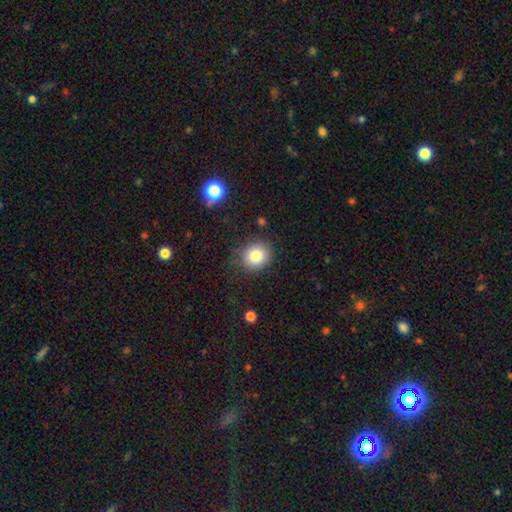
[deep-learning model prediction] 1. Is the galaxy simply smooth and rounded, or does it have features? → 82% smooth, 10% star or artifact, 8% featured or disk.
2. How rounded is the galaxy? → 78% round, 21% in between, 1% cigar-shaped.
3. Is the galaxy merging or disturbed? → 79% none, 14% minor disturbance, 4% major disturbance, 2% merger.